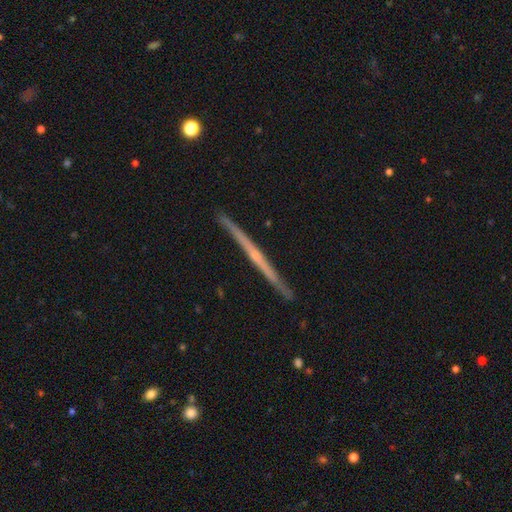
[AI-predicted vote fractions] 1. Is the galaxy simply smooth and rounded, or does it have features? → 72% featured or disk, 23% smooth, 5% star or artifact.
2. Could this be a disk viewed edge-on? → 98% yes, 2% no.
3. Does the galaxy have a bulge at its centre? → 71% none, 24% rounded, 5% boxy.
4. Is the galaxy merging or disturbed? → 91% none, 6% minor disturbance, 1% major disturbance, 1% merger.